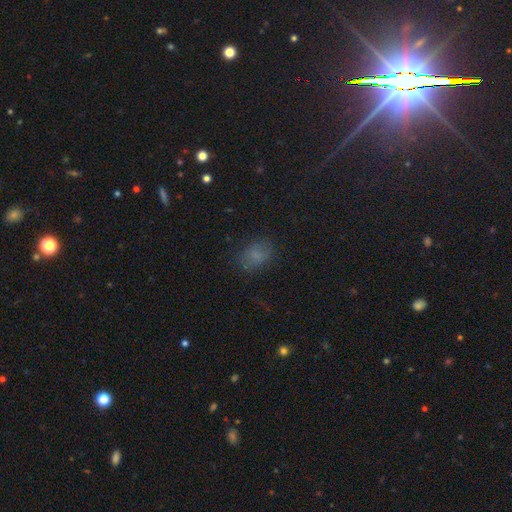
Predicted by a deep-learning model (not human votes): A smooth galaxy with no disk features (73%) that is in between round and cigar-shaped (74%).

Vote fractions:
- Smooth or featured? smooth: 73% / star or artifact: 16% / featured or disk: 11%
- How rounded? in between: 74% / round: 25% / cigar-shaped: 1%
- Merging? none: 72% / minor disturbance: 18% / major disturbance: 8% / merger: 1%